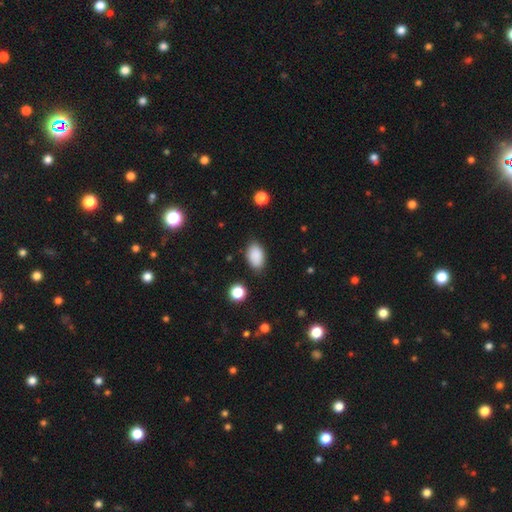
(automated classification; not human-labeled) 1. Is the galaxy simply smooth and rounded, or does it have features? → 89% smooth, 8% star or artifact, 4% featured or disk.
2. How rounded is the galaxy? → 92% in between, 6% round, 2% cigar-shaped.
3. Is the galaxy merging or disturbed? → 84% none, 12% minor disturbance, 3% major disturbance, 2% merger.